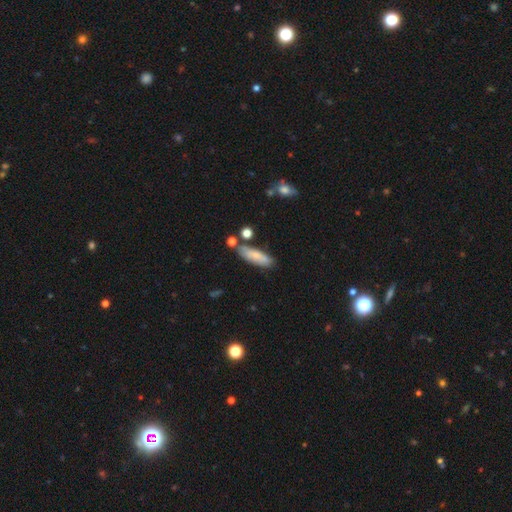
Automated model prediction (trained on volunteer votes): This appears to be a smooth galaxy with no disk features (75%) that is cigar-shaped (51%). Merging: none (68%).